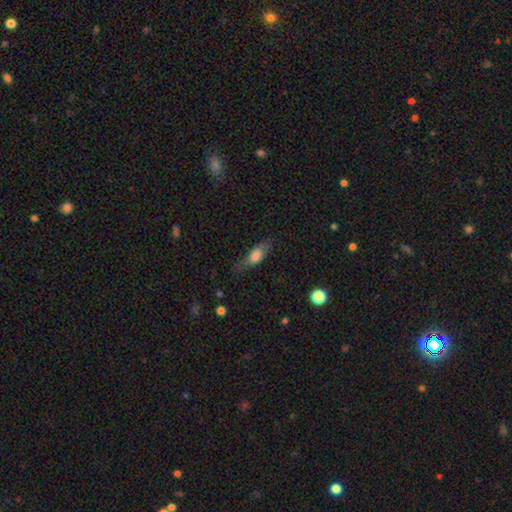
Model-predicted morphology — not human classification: This is likely a smooth galaxy (65%). How rounded: possibly in between (60%). Merging: likely none (65%).